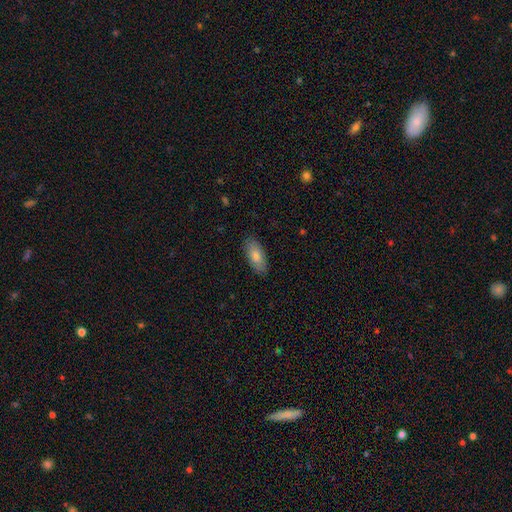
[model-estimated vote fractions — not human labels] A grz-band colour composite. It shows a smooth galaxy with no disk features (76%) that is in between round and cigar-shaped (84%). Merging: none (87%).